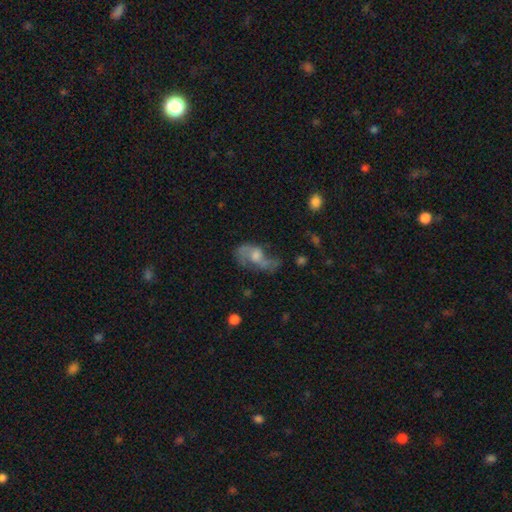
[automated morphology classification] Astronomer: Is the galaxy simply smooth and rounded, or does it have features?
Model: featured or disk — 62%.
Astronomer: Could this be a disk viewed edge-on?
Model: no — 94%.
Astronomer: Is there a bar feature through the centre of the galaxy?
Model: no — 63%.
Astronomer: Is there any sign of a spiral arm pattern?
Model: yes — 72%.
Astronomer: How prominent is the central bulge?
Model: moderate — 47%.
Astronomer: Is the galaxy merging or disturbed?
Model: none — 39% (runner-up: major disturbance, 33%).